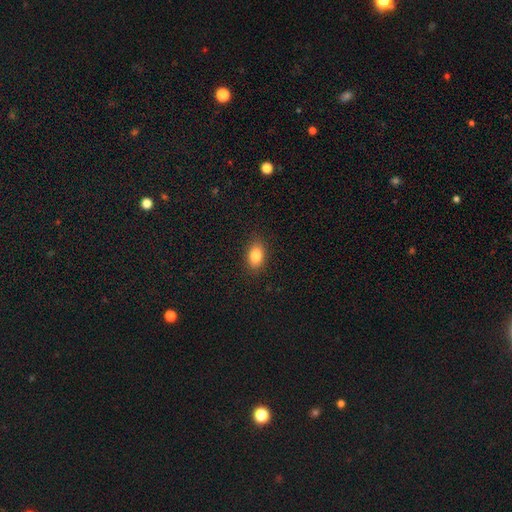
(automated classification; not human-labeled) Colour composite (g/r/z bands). It shows a smooth galaxy with no disk features (83%) that is in between round and cigar-shaped (84%). Merging: none (88%).